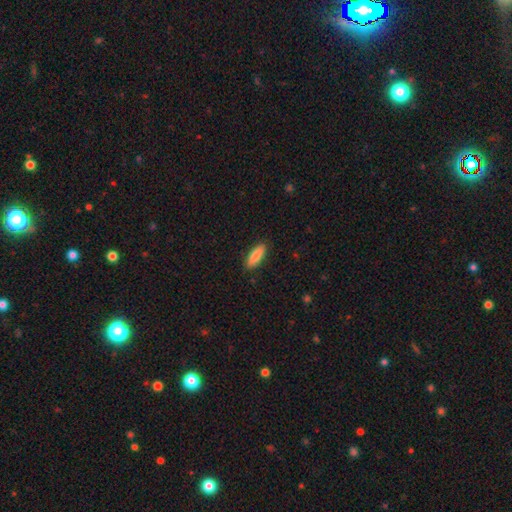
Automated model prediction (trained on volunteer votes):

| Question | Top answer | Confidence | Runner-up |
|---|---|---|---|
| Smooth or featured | smooth | 85% | featured or disk (9%) |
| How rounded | in between | 62% | cigar-shaped (36%) |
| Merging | none | 88% | minor disturbance (9%) |